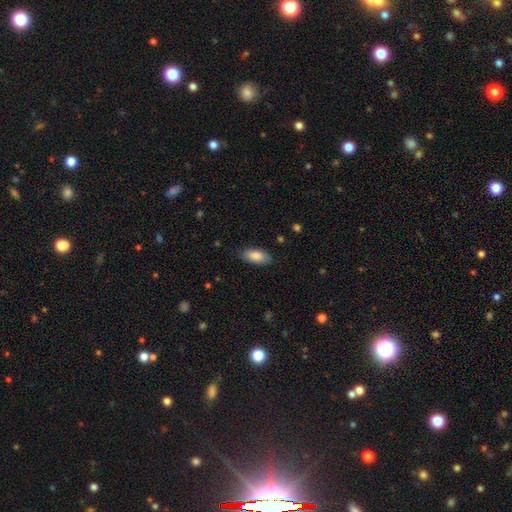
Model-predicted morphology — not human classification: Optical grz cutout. It shows a smooth galaxy with no disk features (85%) that is in between round and cigar-shaped (87%). Merging: none (85%).